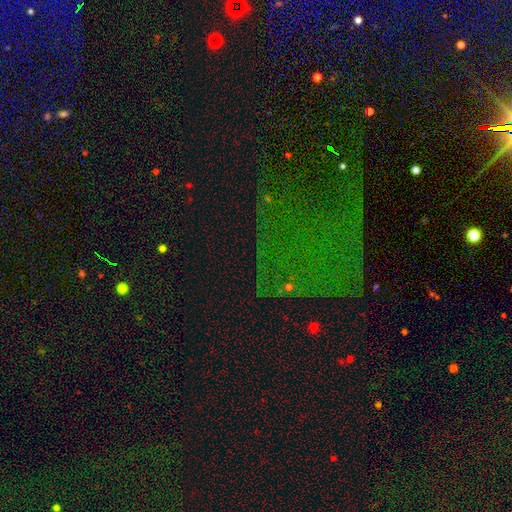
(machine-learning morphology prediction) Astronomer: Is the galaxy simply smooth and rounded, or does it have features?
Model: star or artifact — 77%.